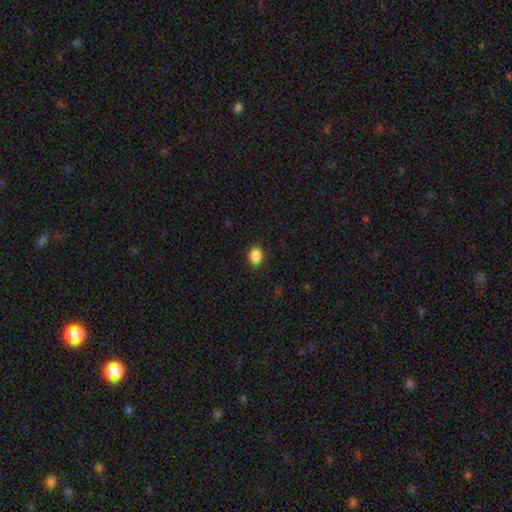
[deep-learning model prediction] A smooth galaxy with no disk features (87%) that is round (67%). Merging: none (90%).